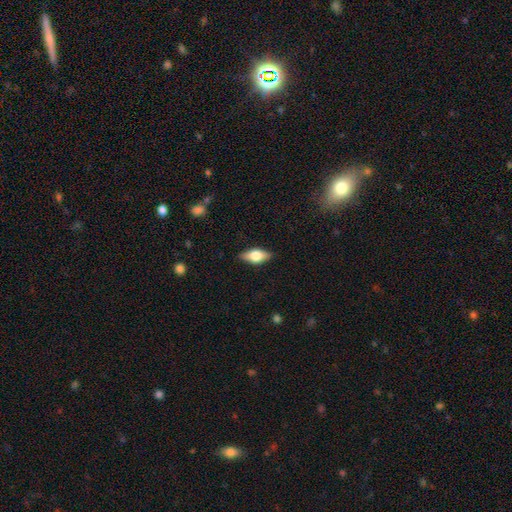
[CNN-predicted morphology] Smooth or featured?
  - smooth: 52% *
  - featured or disk: 41%
  - star or artifact: 7%
How rounded?
  - in between: 81% *
  - cigar-shaped: 14%
  - round: 5%
Merging?
  - none: 85% *
  - minor disturbance: 11%
  - major disturbance: 3%
  - merger: 1%